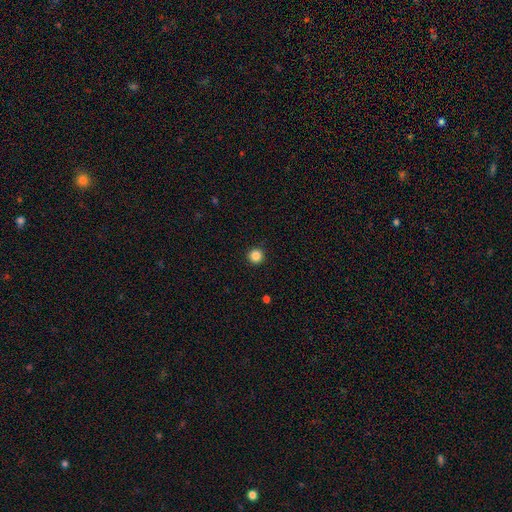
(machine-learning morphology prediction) Overall: smooth (86%). How rounded: round (96%). Merging: none (93%).